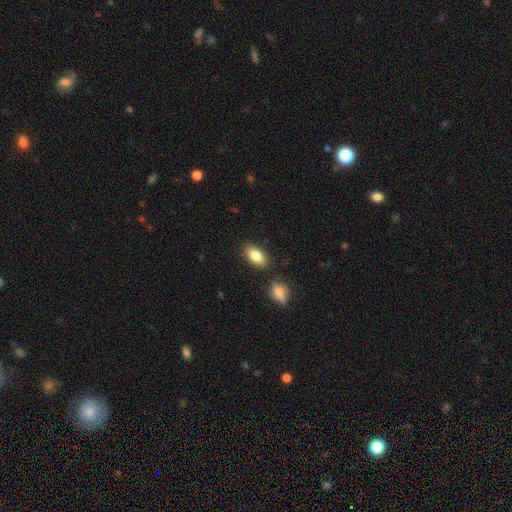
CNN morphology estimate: Overall: smooth (82%). How rounded: in between (90%). Merging: none (80%).